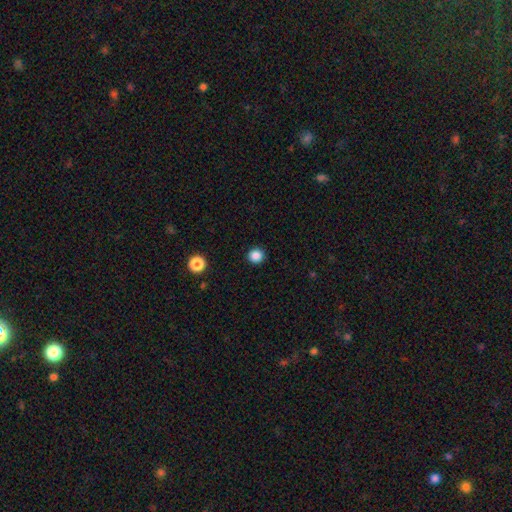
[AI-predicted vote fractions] This is clearly a smooth galaxy (86%). How rounded: clearly round (93%). Merging: clearly none (92%).